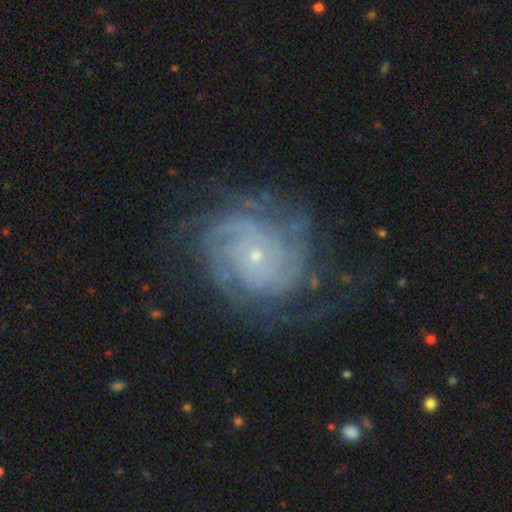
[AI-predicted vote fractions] Smooth or featured: featured or disk — 85% (smooth — 8%)
Edge-on disk: no — 97% (yes — 3%)
Bar: no — 79% (weak — 17%)
Spiral arms: yes — 96% (no — 4%)
Spiral winding: tight — 72% (medium — 22%)
Spiral arm count: can't tell — 32% (2 — 18%)
Bulge size: small — 82% (moderate — 14%)
Merging: none — 69% (minor disturbance — 17%)